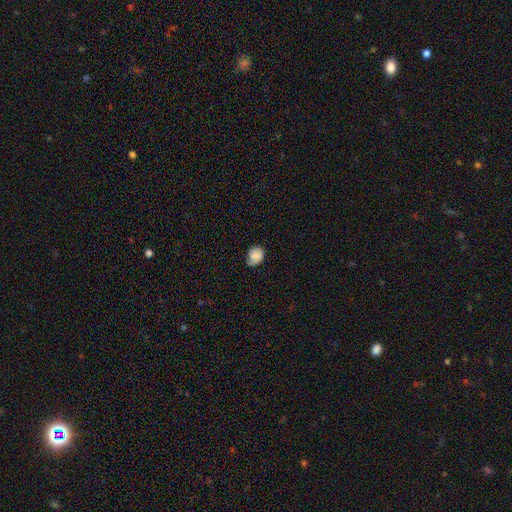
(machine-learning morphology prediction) This appears to be a smooth galaxy with no disk features (73%) that is round (53%). Merging: none (55%).